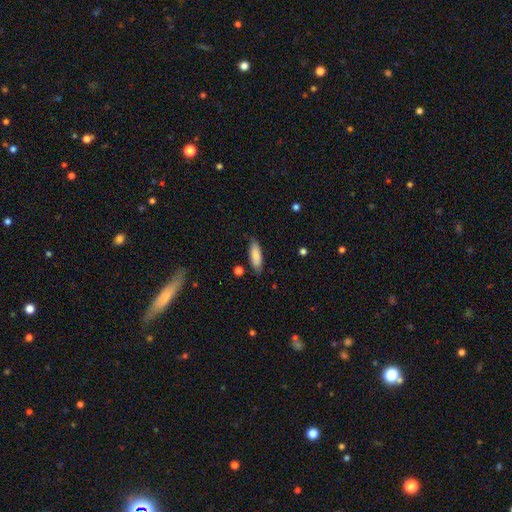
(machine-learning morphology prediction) Smooth or featured?
  - smooth: 85% *
  - featured or disk: 9%
  - star or artifact: 6%
How rounded?
  - in between: 60% *
  - cigar-shaped: 38%
  - round: 2%
Merging?
  - none: 81% *
  - minor disturbance: 14%
  - major disturbance: 3%
  - merger: 2%